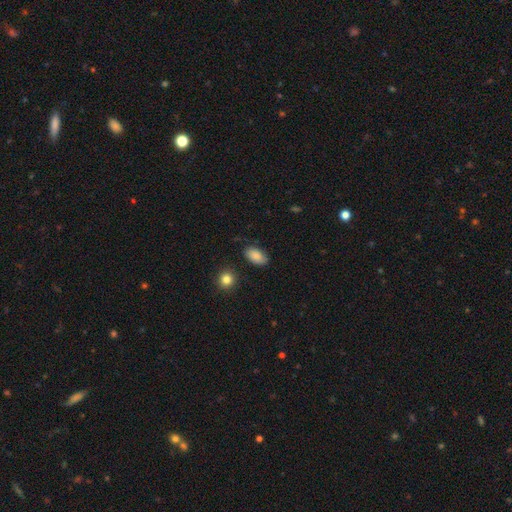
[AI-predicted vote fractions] Smooth or featured?
  - smooth: 86% *
  - star or artifact: 7%
  - featured or disk: 7%
How rounded?
  - in between: 93% *
  - round: 5%
  - cigar-shaped: 2%
Merging?
  - none: 80% *
  - minor disturbance: 15%
  - major disturbance: 3%
  - merger: 2%